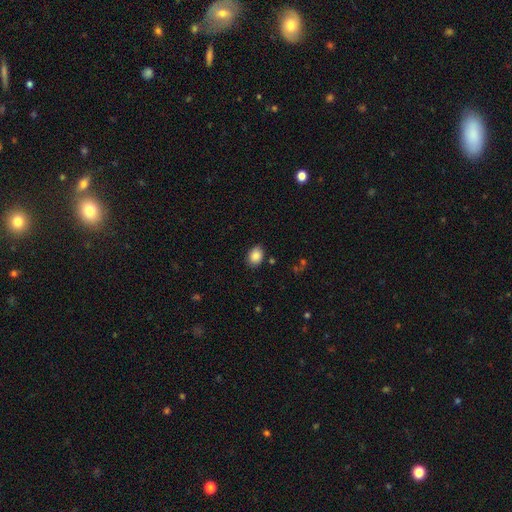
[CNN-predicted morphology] Overall: smooth (88%). How rounded: in between (70%). Merging: none (85%).